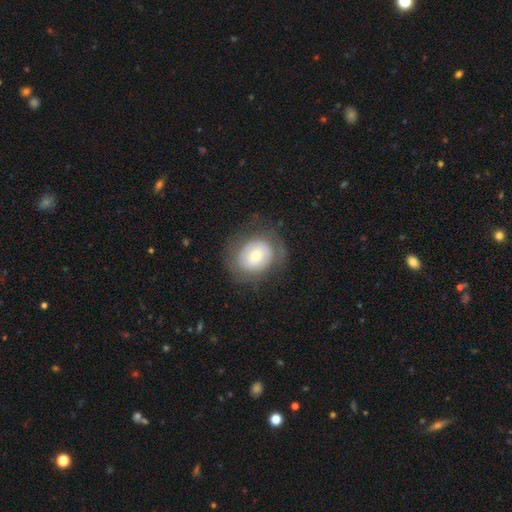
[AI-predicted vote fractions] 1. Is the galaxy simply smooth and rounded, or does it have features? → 52% smooth, 40% featured or disk, 8% star or artifact.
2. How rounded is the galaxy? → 57% round, 42% in between, 1% cigar-shaped.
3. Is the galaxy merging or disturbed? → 67% none, 19% minor disturbance, 13% major disturbance, 1% merger.